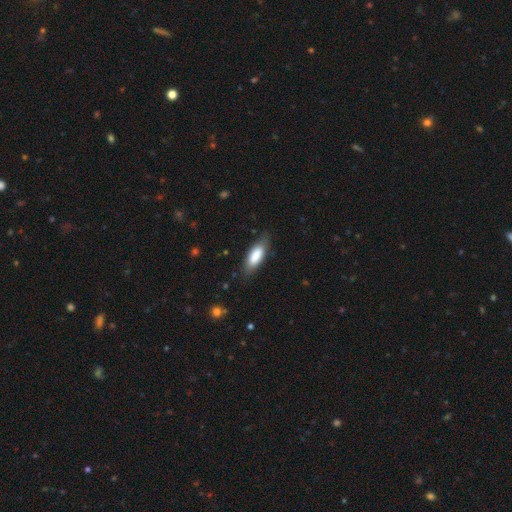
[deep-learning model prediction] A smooth galaxy with no disk features (83%) that is in between round and cigar-shaped (73%).

Vote fractions:
- Smooth or featured? smooth: 83% / featured or disk: 11% / star or artifact: 6%
- How rounded? in between: 73% / cigar-shaped: 26% / round: 2%
- Merging? none: 79% / minor disturbance: 16% / major disturbance: 4% / merger: 1%